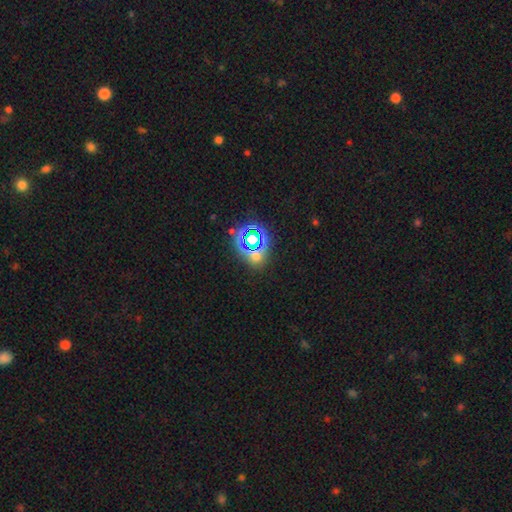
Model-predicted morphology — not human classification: A star or artifact, not a galaxy (56%).

Vote fractions:
- Smooth or featured? star or artifact: 56% / smooth: 34% / featured or disk: 10%